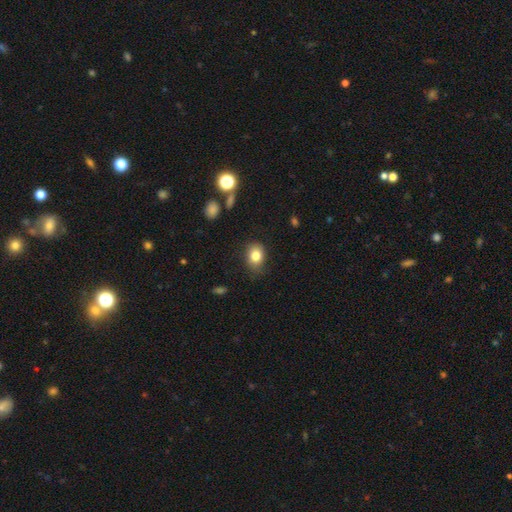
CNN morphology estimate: type=smooth (83%); roundness=in between (62%); merging=none (75%).